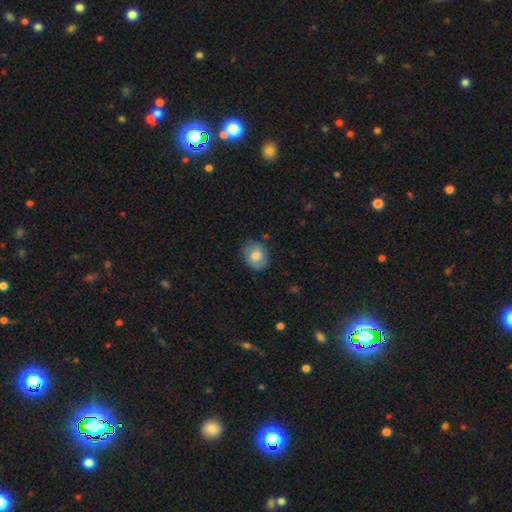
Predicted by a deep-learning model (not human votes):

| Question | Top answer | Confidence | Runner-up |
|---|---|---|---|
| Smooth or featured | smooth | 71% | featured or disk (22%) |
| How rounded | round | 54% | in between (45%) |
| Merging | none | 77% | minor disturbance (18%) |